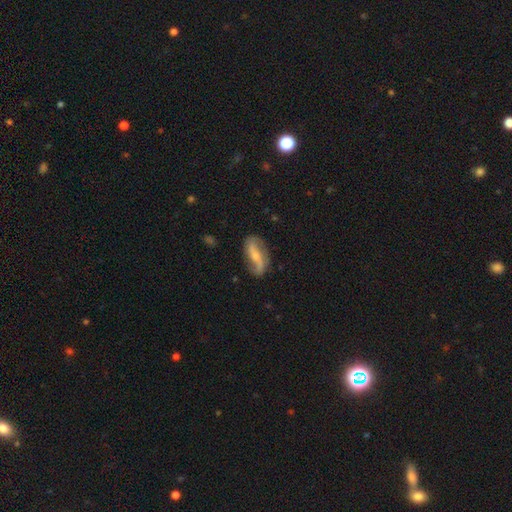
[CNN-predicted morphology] Smooth or featured? featured or disk (74%)
Edge-on disk? no (92%)
Bar? strong (37%)
Spiral arms? yes (91%)
Spiral winding? loose (65%)
Spiral arm count? 2 (88%)
Bulge size? small (51%)
Merging? none (75%)